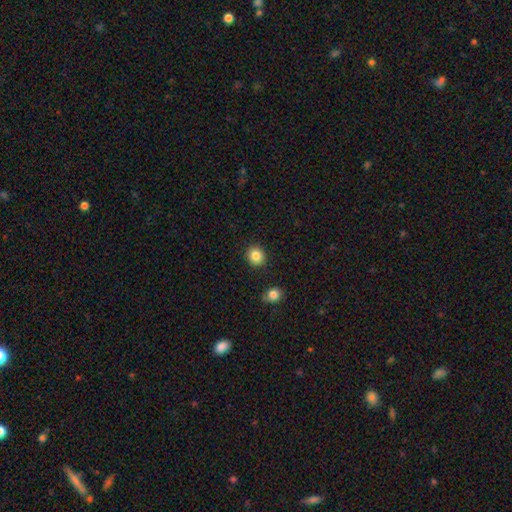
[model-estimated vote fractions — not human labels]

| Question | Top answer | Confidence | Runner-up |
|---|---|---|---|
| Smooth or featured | smooth | 85% | star or artifact (10%) |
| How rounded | round | 85% | in between (14%) |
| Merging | none | 90% | minor disturbance (6%) |